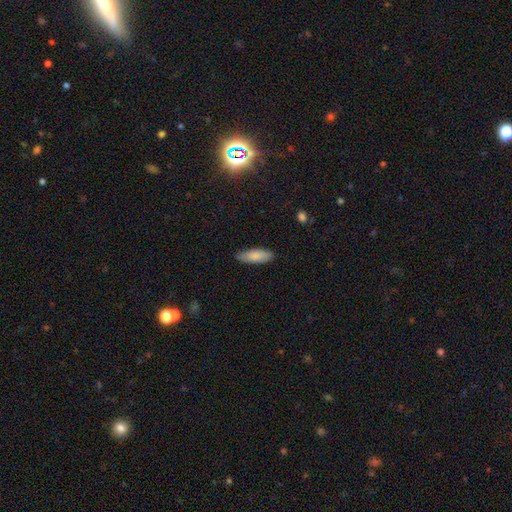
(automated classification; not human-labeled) Q: Smooth or featured?
A: smooth (84%); runner-up: featured or disk (11%)
Q: How rounded?
A: in between (62%); runner-up: cigar-shaped (36%)
Q: Merging?
A: none (83%); runner-up: minor disturbance (14%)